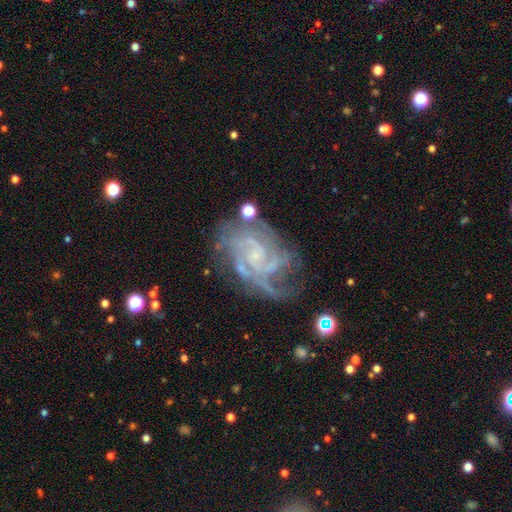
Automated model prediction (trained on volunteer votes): Overall: featured or disk (87%). Edge-on disk: no (98%). Bar: no (52%; weak 39%). Spiral arms: yes (96%). Spiral arm count: 3 (28%; can't tell 23%). Spiral winding: tight (48%; medium 42%). Bulge size: small (55%; none 31%). Merging: none (60%).